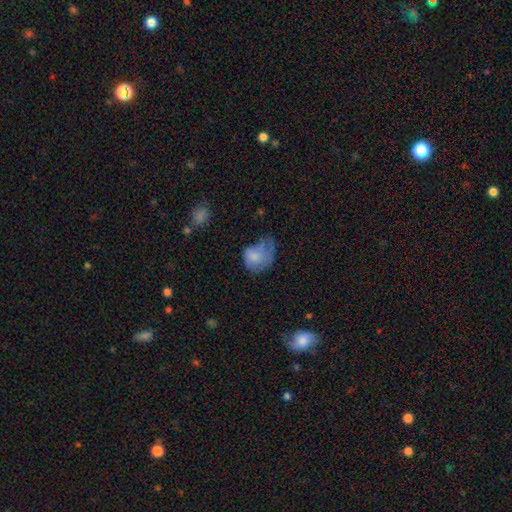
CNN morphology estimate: Smooth or featured?
  - smooth: 70% *
  - featured or disk: 22%
  - star or artifact: 9%
How rounded?
  - in between: 55% *
  - round: 44%
  - cigar-shaped: 1%
Merging?
  - major disturbance: 41% *
  - minor disturbance: 33%
  - none: 22%
  - merger: 4%